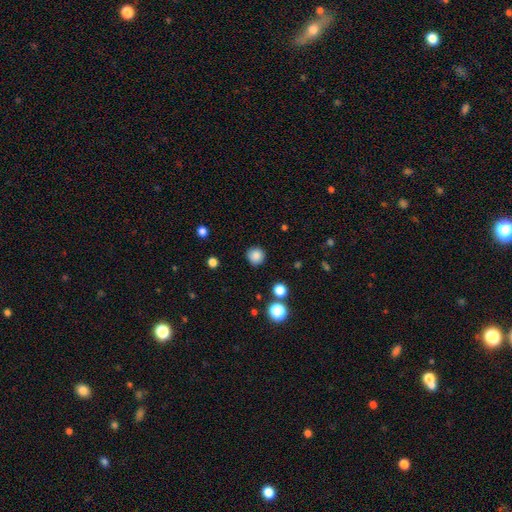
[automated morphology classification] smooth 85%, star or artifact 11%, featured or disk 4%. Down the decision tree: how rounded — round (94%); merging — none (89%).